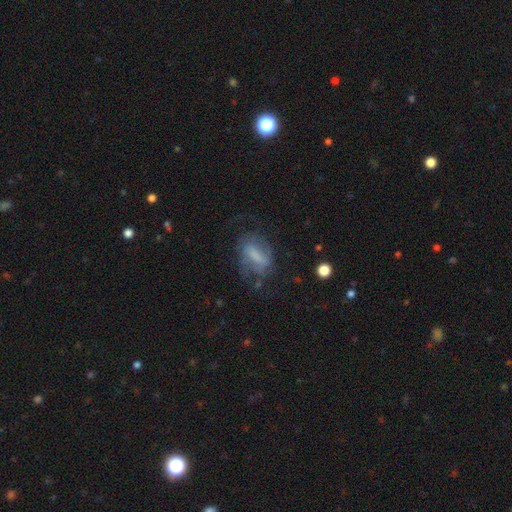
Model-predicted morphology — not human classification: Smooth or featured?
  - smooth: 45% * (tied)
  - featured or disk: 45% * (tied)
  - star or artifact: 11%
Merging?
  - none: 49% *
  - minor disturbance: 24%
  - major disturbance: 24%
  - merger: 3%